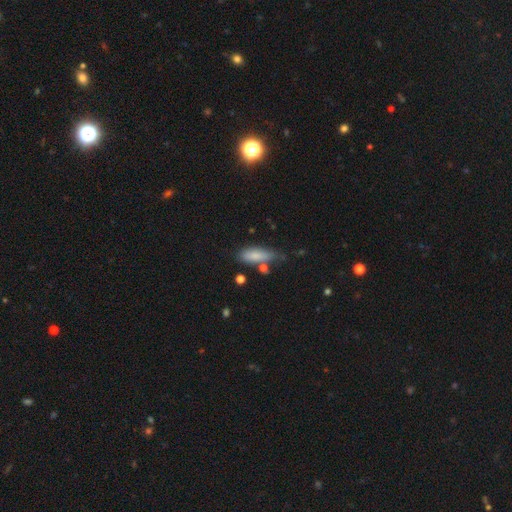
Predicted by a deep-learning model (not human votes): Smooth or featured? smooth (81%)
How rounded? in between (60%)
Merging? none (59%)